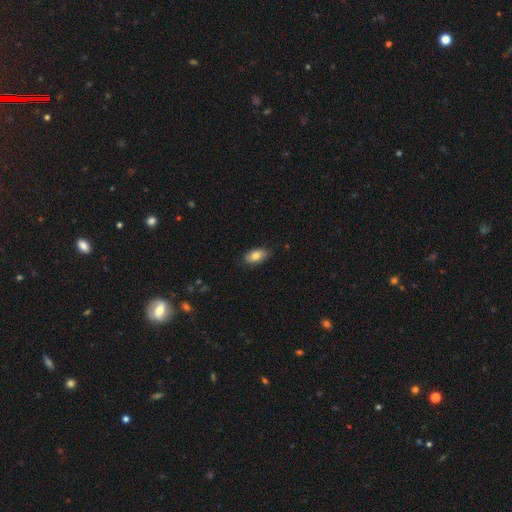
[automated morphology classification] smooth_or_featured: smooth (p=0.83) [alt: featured or disk p=0.11]
how_rounded: in between (p=0.92) [alt: cigar-shaped p=0.04]
merging: none (p=0.85) [alt: minor disturbance p=0.12]